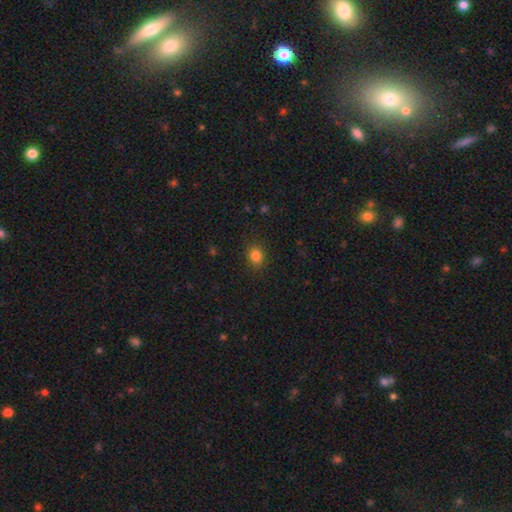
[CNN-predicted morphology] This appears to be a smooth galaxy with no disk features (83%) that is round (64%). Merging: none (87%).